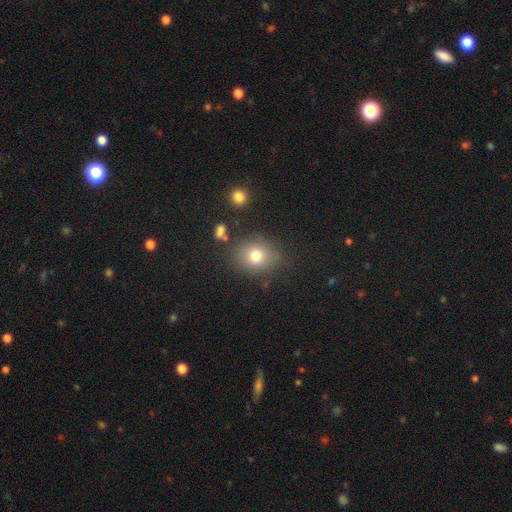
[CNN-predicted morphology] This appears to be a smooth galaxy with no disk features (76%) that is round (66%). Merging: none (79%).